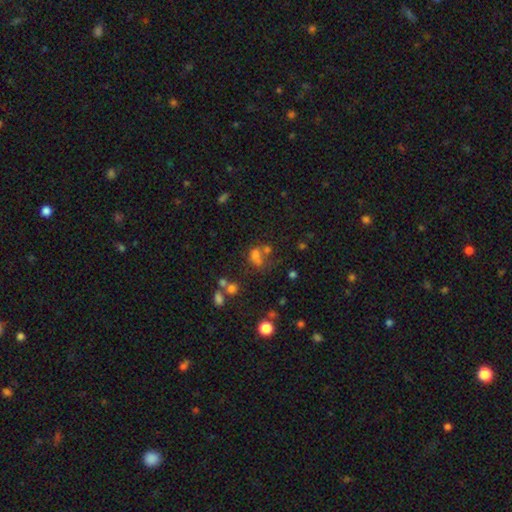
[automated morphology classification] smooth_or_featured: smooth (p=0.62) [alt: star or artifact p=0.23]
how_rounded: in between (p=0.64) [alt: round p=0.33]
merging: none (p=0.36) [alt: merger p=0.35]